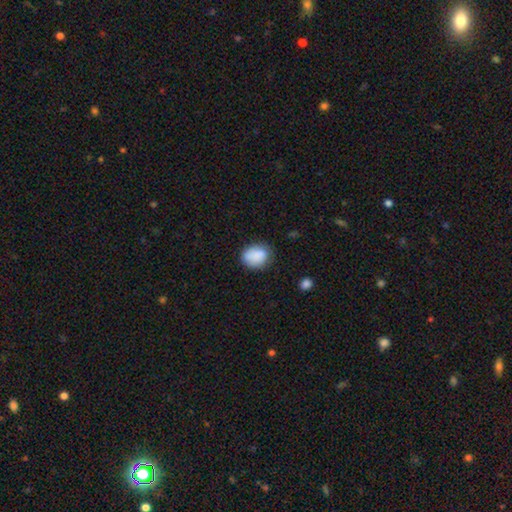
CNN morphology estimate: smooth_or_featured: smooth (p=0.87) [alt: star or artifact p=0.07]
how_rounded: in between (p=0.53) [alt: round p=0.46]
merging: none (p=0.73) [alt: minor disturbance p=0.20]